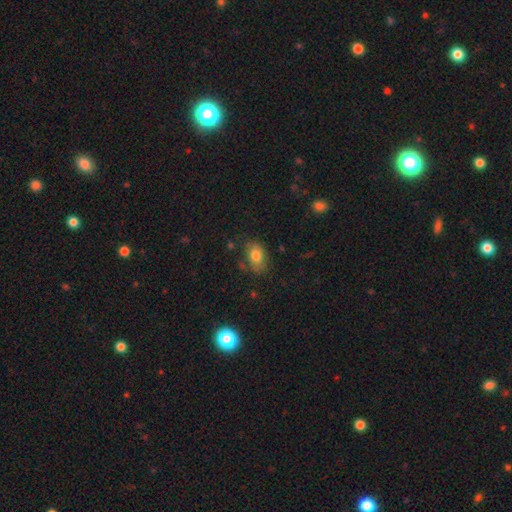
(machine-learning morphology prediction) A smooth galaxy with no disk features (78%) that is in between round and cigar-shaped (82%).

Vote fractions:
- Smooth or featured? smooth: 78% / featured or disk: 12% / star or artifact: 9%
- How rounded? in between: 82% / round: 17% / cigar-shaped: 1%
- Merging? none: 69% / minor disturbance: 22% / major disturbance: 6% / merger: 3%